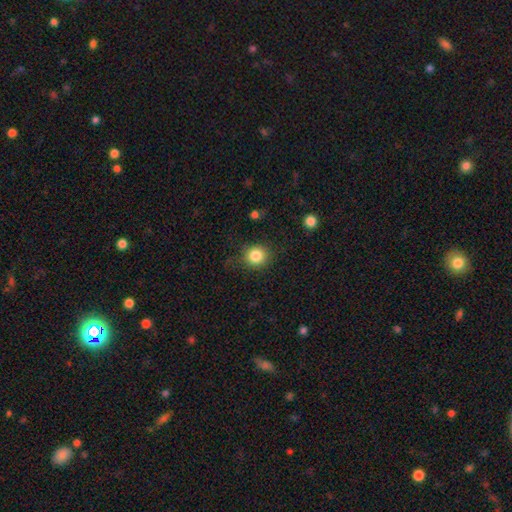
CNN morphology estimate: A smooth galaxy with no disk features (84%) that is round (89%).

Vote fractions:
- Smooth or featured? smooth: 84% / star or artifact: 10% / featured or disk: 6%
- How rounded? round: 89% / in between: 10% / cigar-shaped: 1%
- Merging? none: 84% / minor disturbance: 11% / major disturbance: 4% / merger: 1%